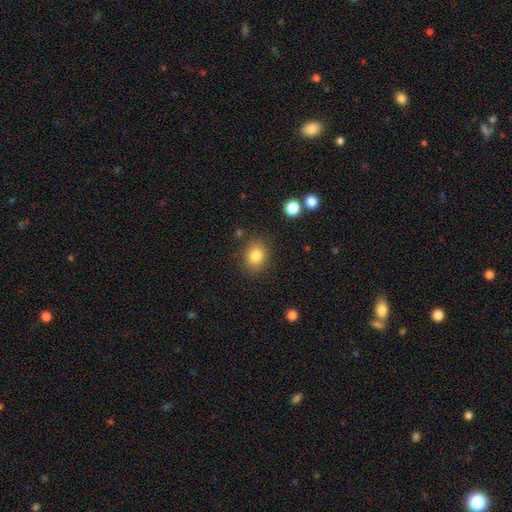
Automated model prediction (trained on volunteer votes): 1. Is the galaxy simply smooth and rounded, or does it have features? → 82% smooth, 10% star or artifact, 7% featured or disk.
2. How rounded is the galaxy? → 61% round, 38% in between, 1% cigar-shaped.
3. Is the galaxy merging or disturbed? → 85% none, 10% minor disturbance, 3% major disturbance, 2% merger.